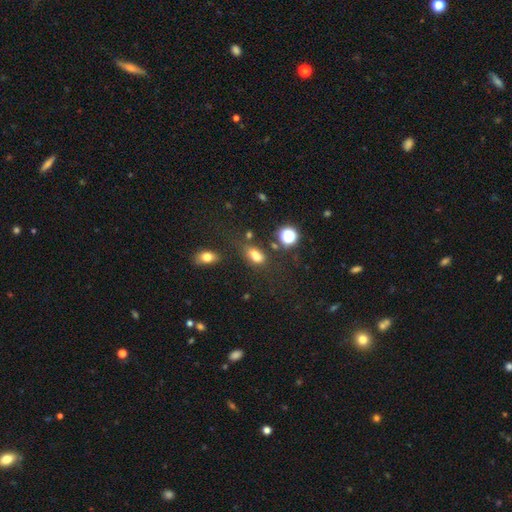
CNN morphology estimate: This appears to be a smooth galaxy with no disk features (72%) that is in between round and cigar-shaped (79%). Merging: none (51%).